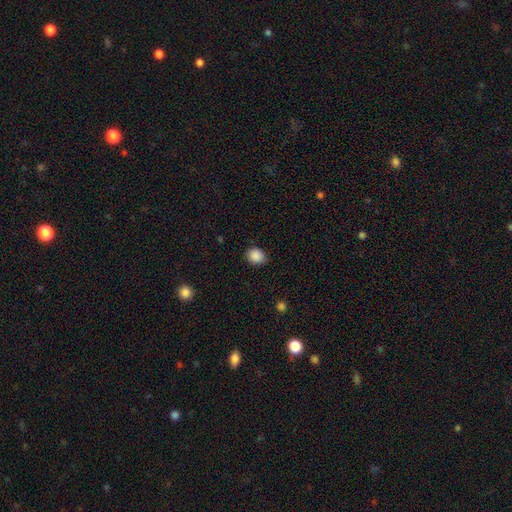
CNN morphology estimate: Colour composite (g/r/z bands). It shows a smooth galaxy with no disk features (88%) that is round (64%). Merging: none (83%).